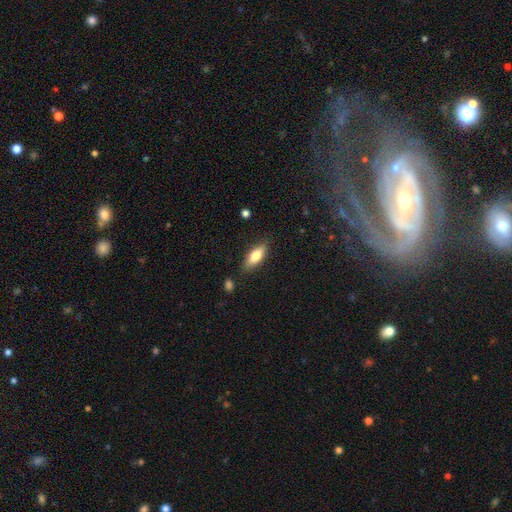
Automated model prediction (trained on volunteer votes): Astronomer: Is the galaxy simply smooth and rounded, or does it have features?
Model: smooth — 70%.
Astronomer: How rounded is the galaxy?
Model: in between — 66%.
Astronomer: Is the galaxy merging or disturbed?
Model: none — 83%.